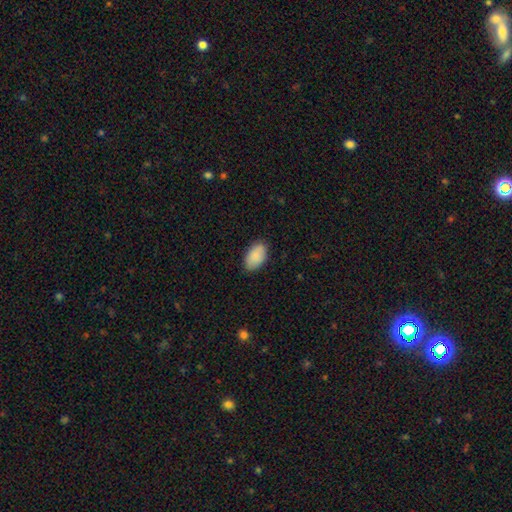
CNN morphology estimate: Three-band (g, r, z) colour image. It shows a smooth galaxy with no disk features (90%) that is in between round and cigar-shaped (94%). Merging: none (85%).